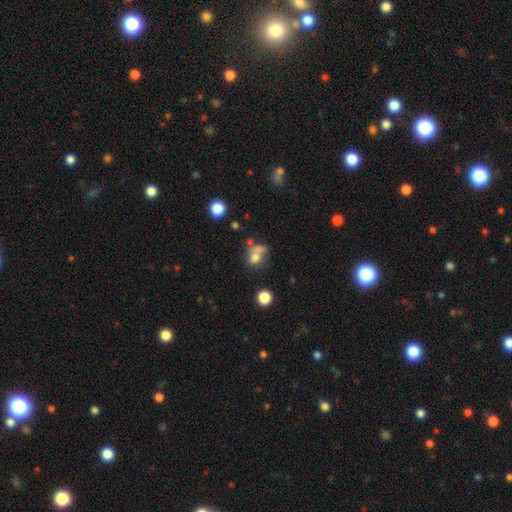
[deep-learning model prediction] Smooth or featured?
  - smooth: 67% *
  - featured or disk: 18%
  - star or artifact: 15%
How rounded?
  - round: 61% *
  - in between: 37%
  - cigar-shaped: 2%
Merging?
  - merger: 39% *
  - none: 31%
  - major disturbance: 16%
  - minor disturbance: 14%